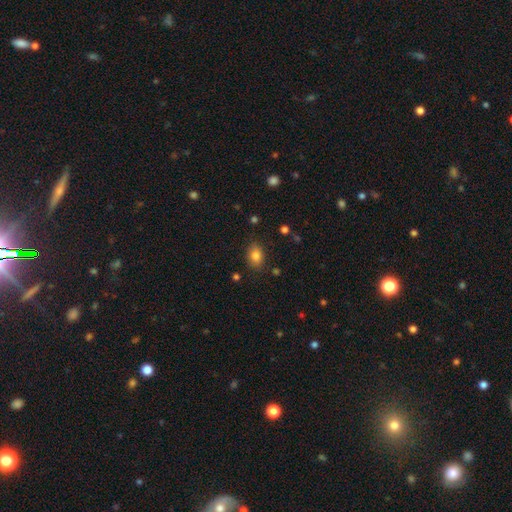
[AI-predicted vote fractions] A smooth galaxy with no disk features (83%) that is in between round and cigar-shaped (76%).

Vote fractions:
- Smooth or featured? smooth: 83% / star or artifact: 10% / featured or disk: 7%
- How rounded? in between: 76% / round: 22% / cigar-shaped: 1%
- Merging? none: 84% / minor disturbance: 12% / major disturbance: 3% / merger: 2%